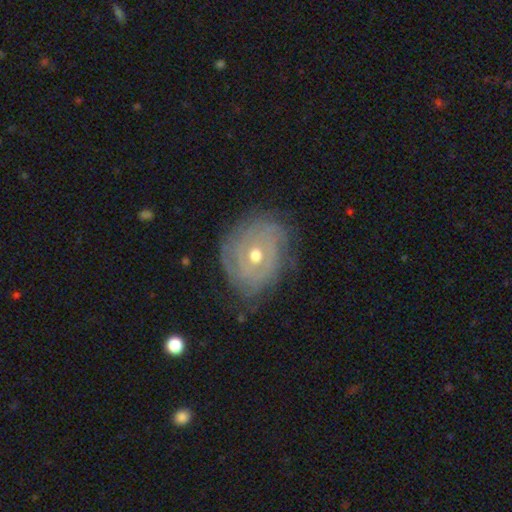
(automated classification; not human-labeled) The model was most divided on "spiral arm count": can't tell: 50%, 2: 16%, 3: 13%, 4: 8%, more than 4: 6%, 1: 6%. More confident: edge-on disk — no (96%); spiral arms — yes (80%); smooth or featured — featured or disk (78%); spiral winding — tight (77%); bar — no (76%); merging — none (72%); bulge size — moderate (71%).